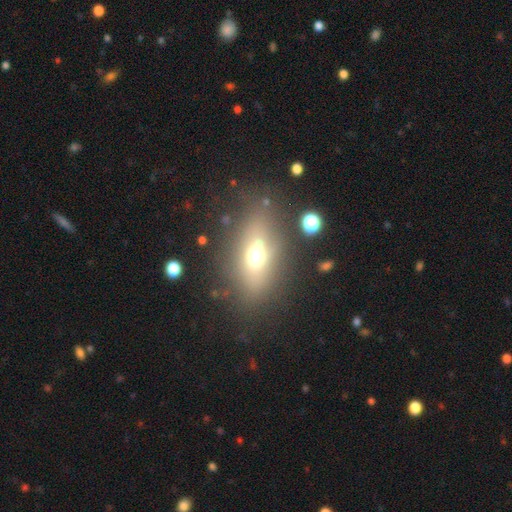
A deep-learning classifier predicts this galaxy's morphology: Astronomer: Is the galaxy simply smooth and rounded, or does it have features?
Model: smooth — 57%.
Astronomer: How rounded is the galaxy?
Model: in between — 73%.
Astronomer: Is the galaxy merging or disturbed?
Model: none — 74%.